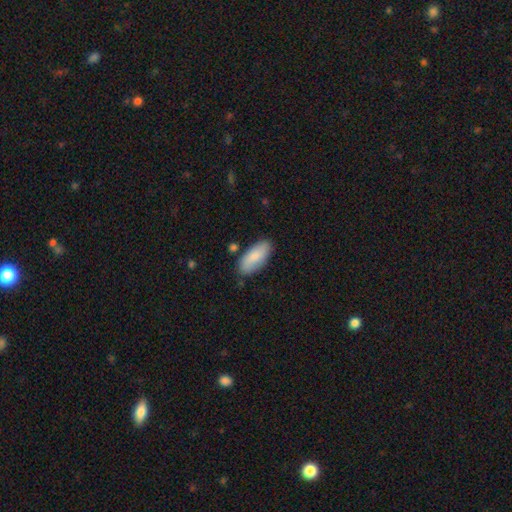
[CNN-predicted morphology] Q: Smooth or featured?
A: smooth (80%); runner-up: featured or disk (14%)
Q: How rounded?
A: in between (88%); runner-up: cigar-shaped (10%)
Q: Merging?
A: none (80%); runner-up: minor disturbance (14%)